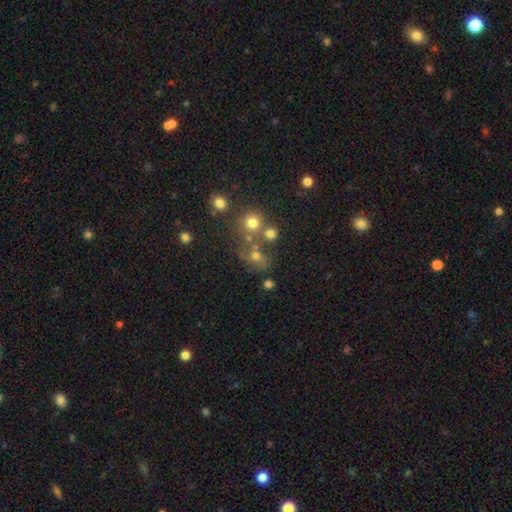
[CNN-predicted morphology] The model was most divided on "merging": none: 50%, merger: 27%, minor disturbance: 13%, major disturbance: 10%. More confident: how rounded — round (65%); smooth or featured — smooth (63%).